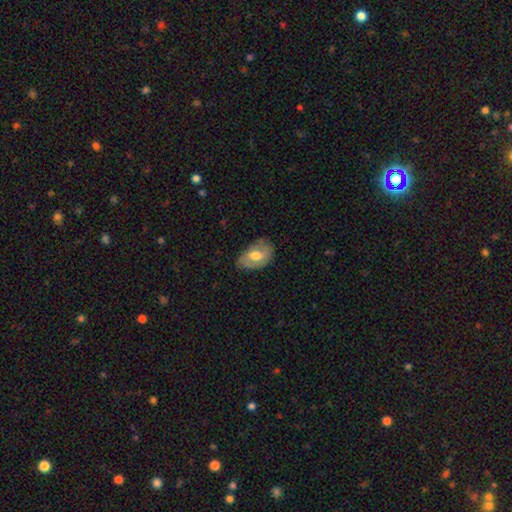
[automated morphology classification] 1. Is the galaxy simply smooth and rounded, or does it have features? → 50% smooth, 43% featured or disk, 6% star or artifact.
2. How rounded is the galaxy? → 89% in between, 10% round, 2% cigar-shaped.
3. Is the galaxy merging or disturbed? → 65% none, 26% minor disturbance, 7% major disturbance, 1% merger.